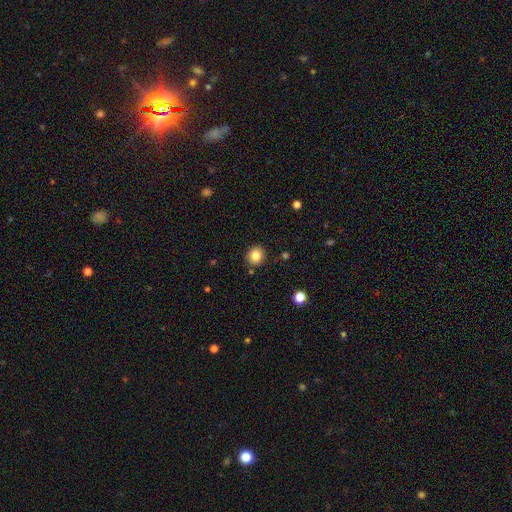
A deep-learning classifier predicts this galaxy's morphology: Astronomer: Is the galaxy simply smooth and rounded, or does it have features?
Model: smooth — 83%.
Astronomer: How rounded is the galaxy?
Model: round — 87%.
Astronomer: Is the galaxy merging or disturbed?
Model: none — 90%.